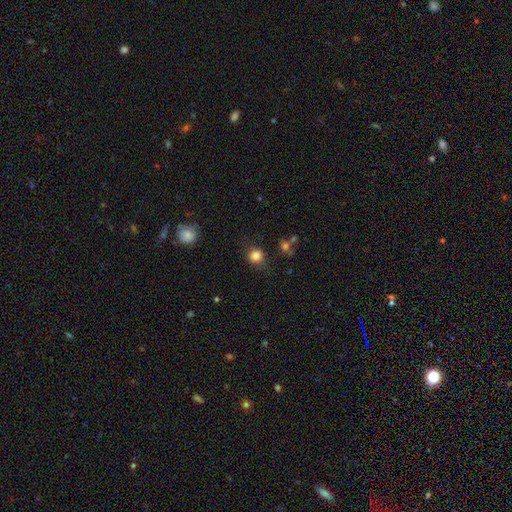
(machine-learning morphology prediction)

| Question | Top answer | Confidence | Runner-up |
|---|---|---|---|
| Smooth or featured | smooth | 82% | star or artifact (12%) |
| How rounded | round | 88% | in between (11%) |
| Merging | none | 79% | minor disturbance (14%) |